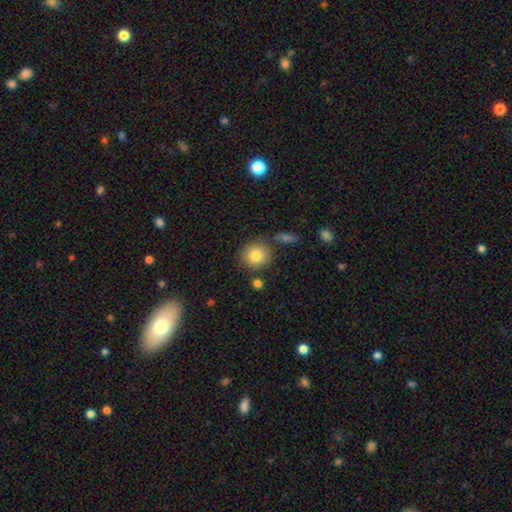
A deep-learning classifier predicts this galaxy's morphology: This is clearly a smooth galaxy (82%). How rounded: clearly round (88%). Merging: likely none (80%).